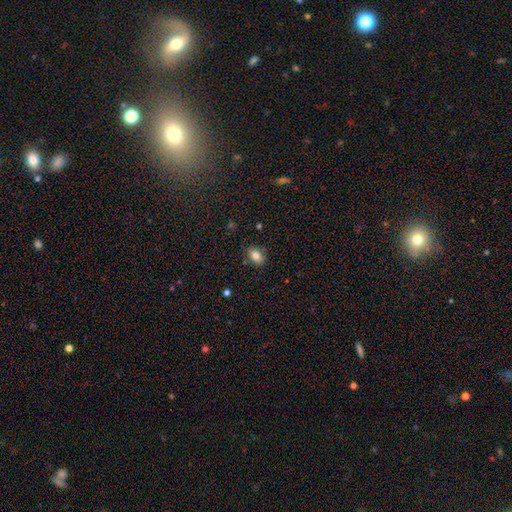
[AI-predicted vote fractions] smooth_or_featured: smooth (p=0.82) [alt: star or artifact p=0.09]
how_rounded: in between (p=0.78) [alt: round p=0.20]
merging: none (p=0.84) [alt: minor disturbance p=0.12]